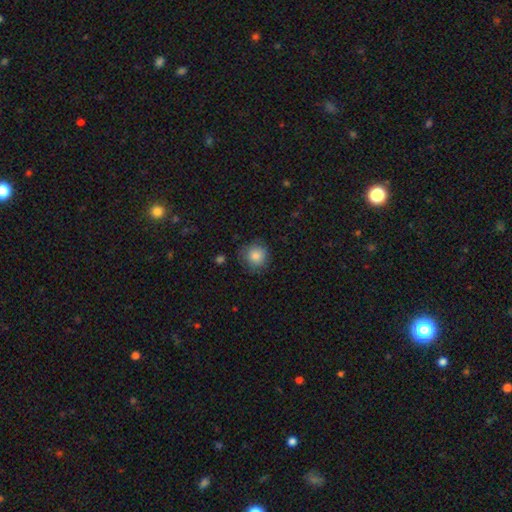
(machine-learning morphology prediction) This appears to be a smooth galaxy with no disk features (83%) that is round (91%). Merging: none (77%).